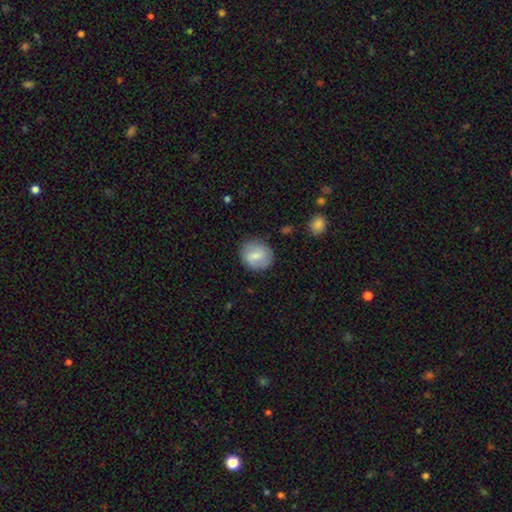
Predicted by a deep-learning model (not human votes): This appears to be a smooth galaxy with no disk features (66%) that is round (79%). Merging: none (82%).